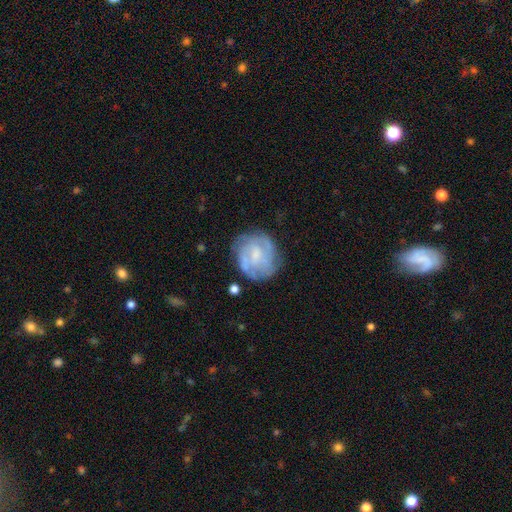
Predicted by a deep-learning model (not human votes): Smooth or featured? featured or disk (66%)
Edge-on disk? no (98%)
Bar? no (50%)
Spiral arms? yes (73%)
Bulge size? small (33%)
Merging? none (66%)